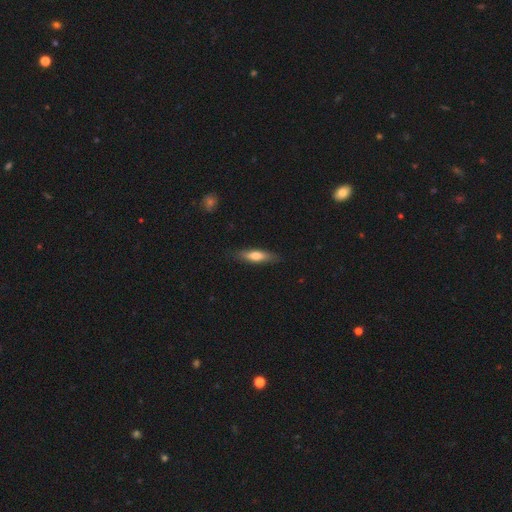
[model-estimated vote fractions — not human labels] Q: Smooth or featured?
A: smooth (63%); runner-up: featured or disk (31%)
Q: How rounded?
A: cigar-shaped (66%); runner-up: in between (32%)
Q: Merging?
A: none (84%); runner-up: minor disturbance (12%)